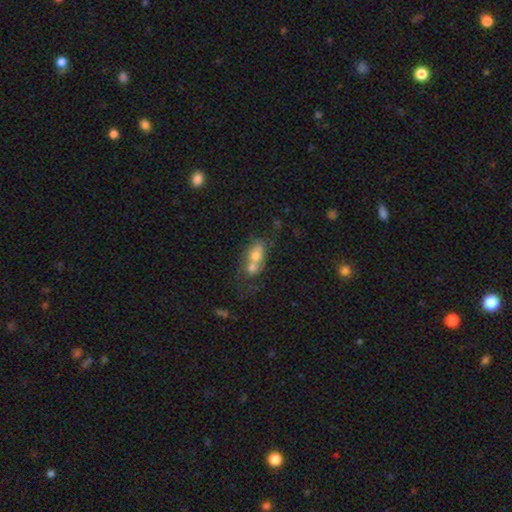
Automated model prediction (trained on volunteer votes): smooth-or-featured: smooth: 61% | featured or disk: 29% | star or artifact: 10%
  how-rounded: in between: 63% | round: 32% | cigar-shaped: 4%
  merging: merger: 68% | none: 18% | minor disturbance: 8% | major disturbance: 6%